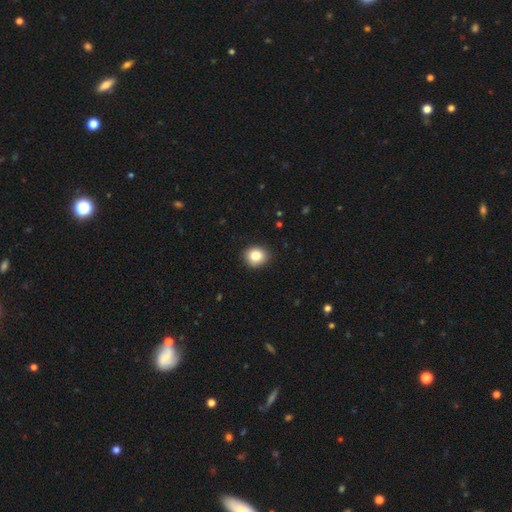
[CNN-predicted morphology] smooth 84%, star or artifact 10%, featured or disk 6%. Down the decision tree: how rounded — round (78%); merging — none (89%).